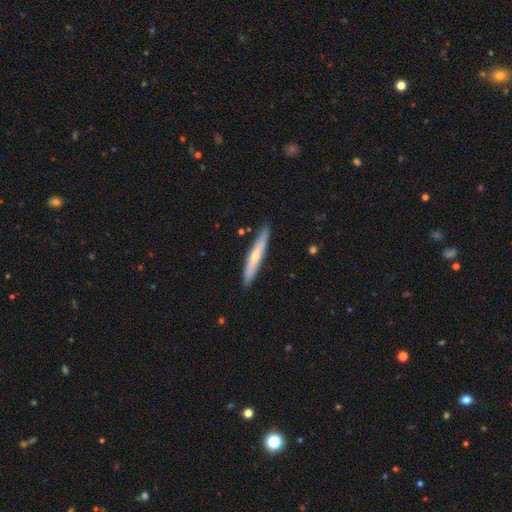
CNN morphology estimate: Smooth or featured: featured or disk — 49% (smooth — 45%)
Merging: none — 89% (minor disturbance — 8%)